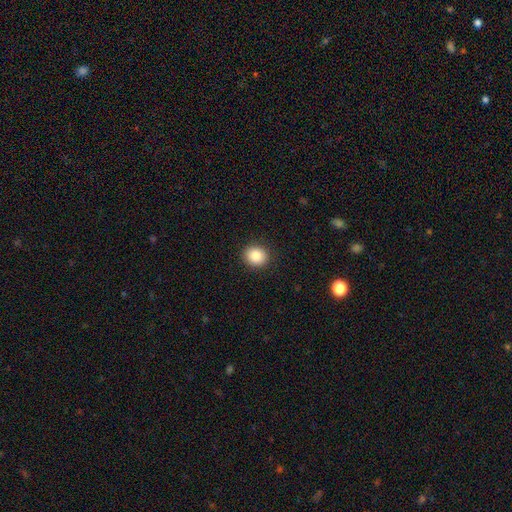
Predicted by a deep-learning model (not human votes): Smooth or featured?
  - smooth: 87% *
  - star or artifact: 9%
  - featured or disk: 5%
How rounded?
  - round: 76% *
  - in between: 23%
  - cigar-shaped: 1%
Merging?
  - none: 91% *
  - minor disturbance: 6%
  - major disturbance: 2%
  - merger: 1%